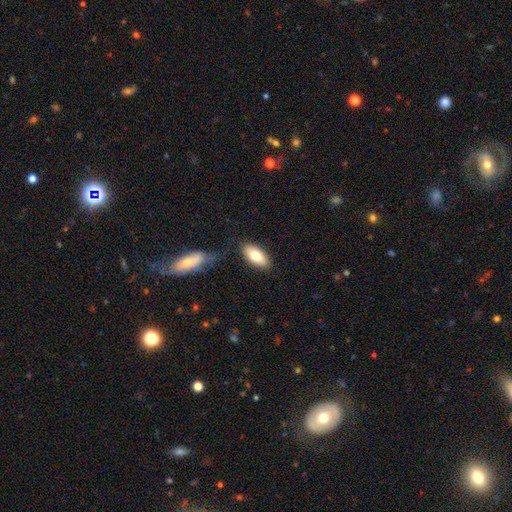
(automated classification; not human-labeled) Smooth or featured: smooth — 78% (featured or disk — 16%)
How rounded: in between — 90% (cigar-shaped — 7%)
Merging: none — 81% (minor disturbance — 11%)